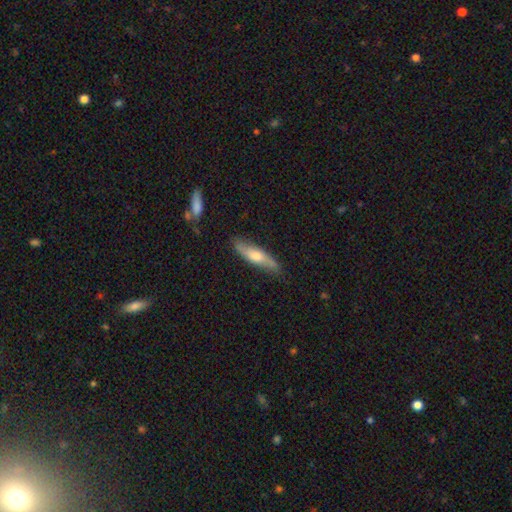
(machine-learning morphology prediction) Smooth or featured? smooth (50%)
How rounded? cigar-shaped (75%)
Merging? none (81%)